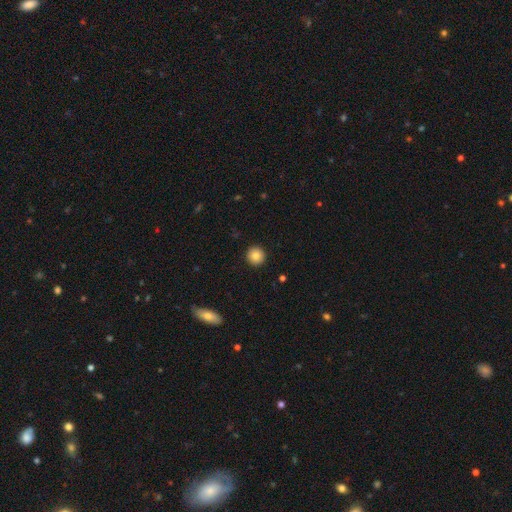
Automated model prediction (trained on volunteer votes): A smooth galaxy with no disk features (85%) that is round (95%).

Vote fractions:
- Smooth or featured? smooth: 85% / star or artifact: 10% / featured or disk: 5%
- How rounded? round: 95% / in between: 4% / cigar-shaped: 1%
- Merging? none: 93% / minor disturbance: 5% / major disturbance: 2% / merger: 1%